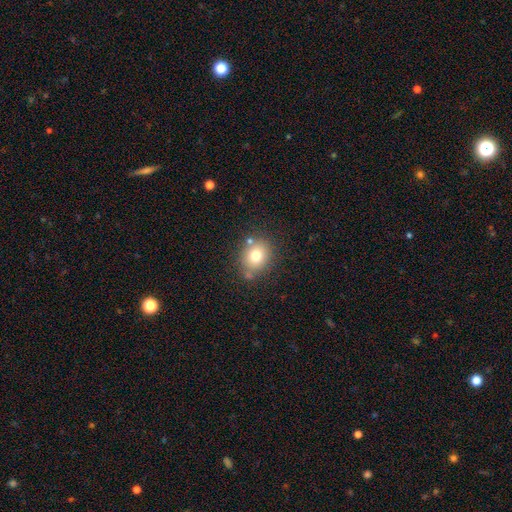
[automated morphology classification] The model was most divided on "how rounded": round: 62%, in between: 37%, cigar-shaped: 1%. More confident: smooth or featured — smooth (75%); merging — none (74%).